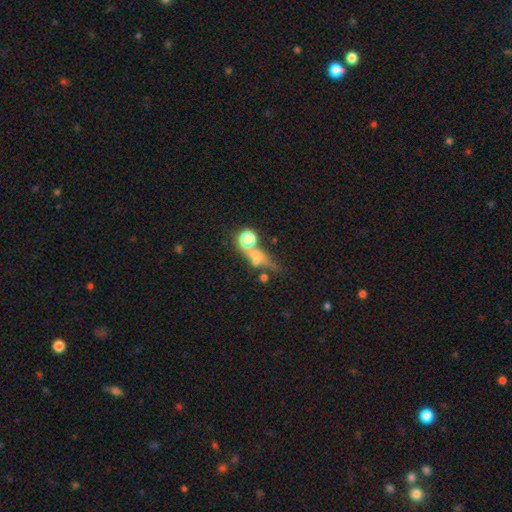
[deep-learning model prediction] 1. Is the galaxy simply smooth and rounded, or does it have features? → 44% smooth, 31% featured or disk, 25% star or artifact.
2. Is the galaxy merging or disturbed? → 46% none, 25% merger, 15% major disturbance, 14% minor disturbance.